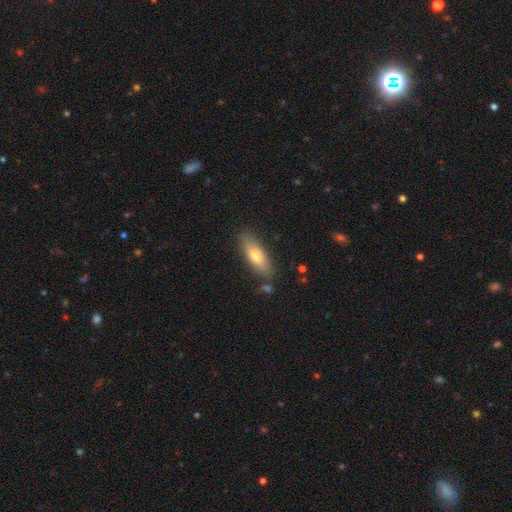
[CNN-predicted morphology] Overall: smooth (69%). How rounded: in between (59%; cigar-shaped 38%). Merging: none (82%).